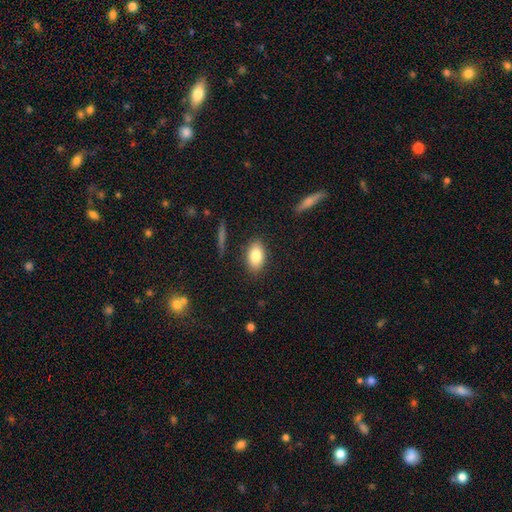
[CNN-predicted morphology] type=smooth (81%); roundness=in between (90%); merging=none (86%).